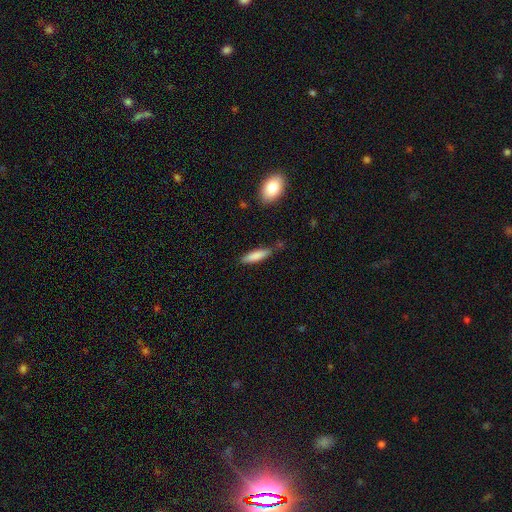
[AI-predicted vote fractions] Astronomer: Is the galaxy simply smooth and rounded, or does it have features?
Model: smooth — 82%.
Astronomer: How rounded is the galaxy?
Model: cigar-shaped — 71%.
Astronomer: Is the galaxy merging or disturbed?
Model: none — 72%.